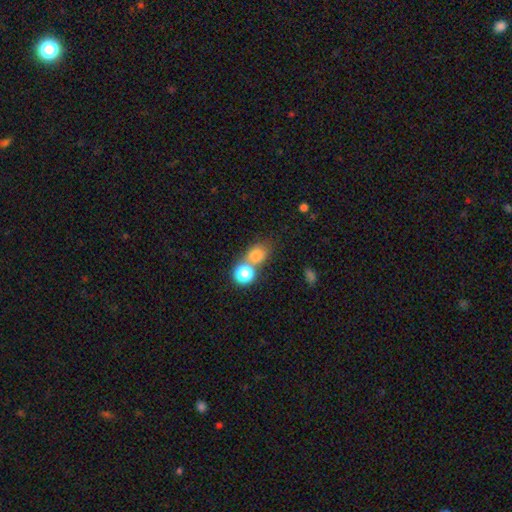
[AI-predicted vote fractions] Morphology: type=smooth (75%); roundness=round (58%); merging=none (44%).